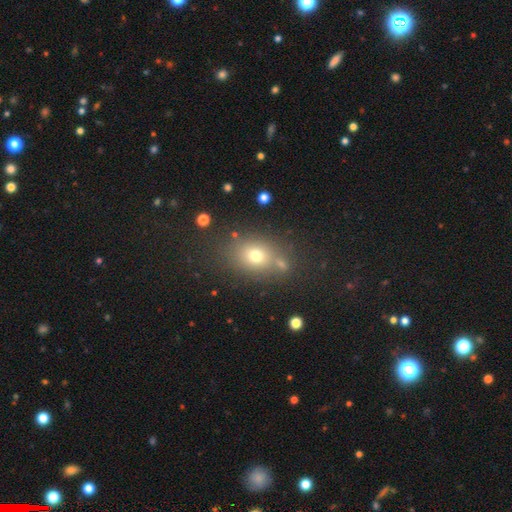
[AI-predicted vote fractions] A smooth galaxy with no disk features (70%) that is in between round and cigar-shaped (53%).

Vote fractions:
- Smooth or featured? smooth: 70% / star or artifact: 17% / featured or disk: 13%
- How rounded? in between: 53% / round: 45% / cigar-shaped: 1%
- Merging? none: 71% / minor disturbance: 12% / merger: 11% / major disturbance: 6%